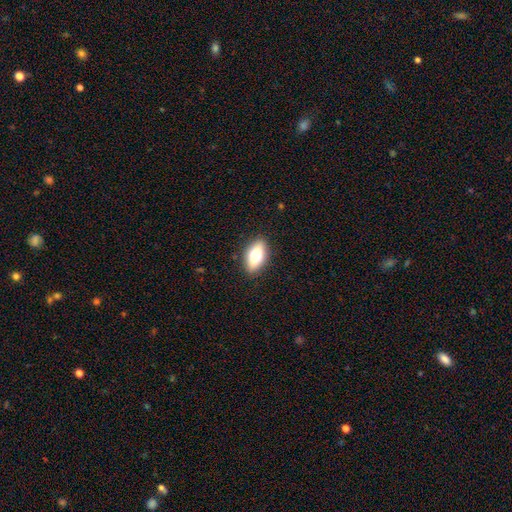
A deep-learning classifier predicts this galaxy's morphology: smooth 73%, featured or disk 20%, star or artifact 8%. Down the decision tree: how rounded — in between (87%); merging — none (88%).